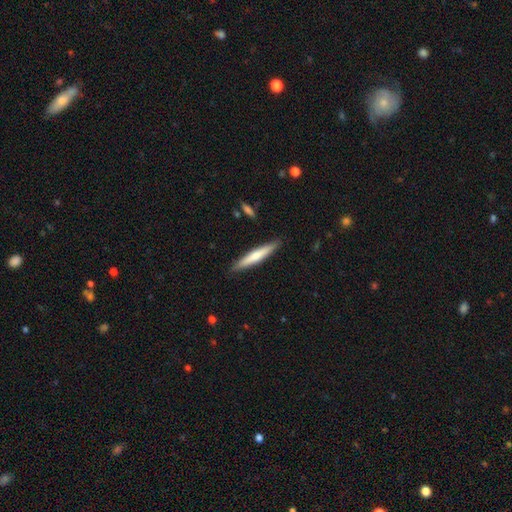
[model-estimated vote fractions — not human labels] Q: Smooth or featured?
A: smooth (64%); runner-up: featured or disk (32%)
Q: How rounded?
A: cigar-shaped (93%); runner-up: in between (6%)
Q: Merging?
A: none (89%); runner-up: minor disturbance (8%)